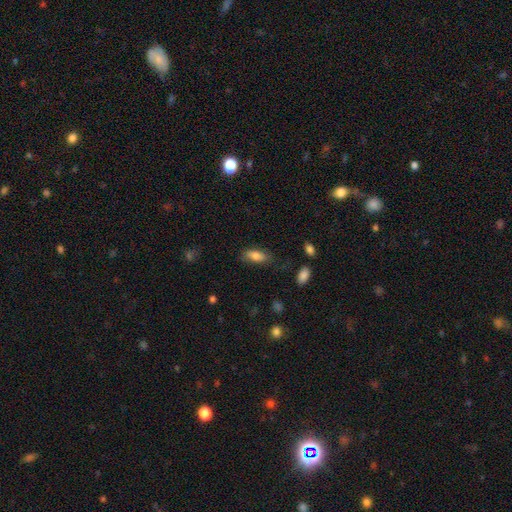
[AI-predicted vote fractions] A smooth galaxy with no disk features (79%) that is in between round and cigar-shaped (82%).

Vote fractions:
- Smooth or featured? smooth: 79% / featured or disk: 13% / star or artifact: 8%
- How rounded? in between: 82% / cigar-shaped: 16% / round: 3%
- Merging? none: 72% / minor disturbance: 20% / major disturbance: 6% / merger: 2%